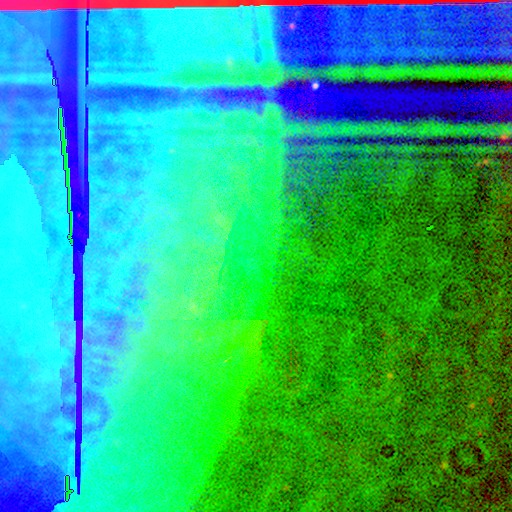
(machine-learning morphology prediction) type=star or artifact (76%).